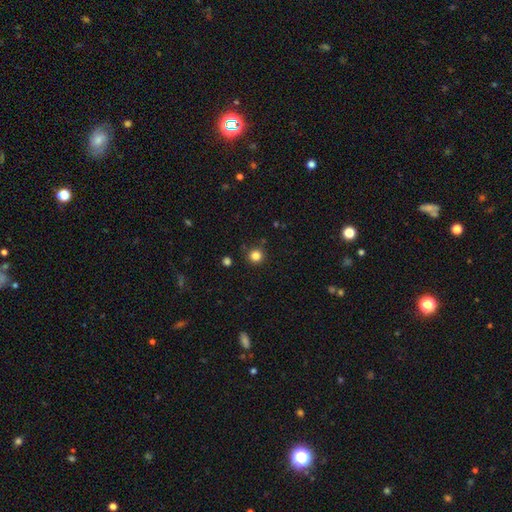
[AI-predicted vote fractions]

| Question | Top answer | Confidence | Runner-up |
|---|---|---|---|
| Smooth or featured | smooth | 83% | star or artifact (13%) |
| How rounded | round | 95% | in between (5%) |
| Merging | none | 89% | minor disturbance (6%) |